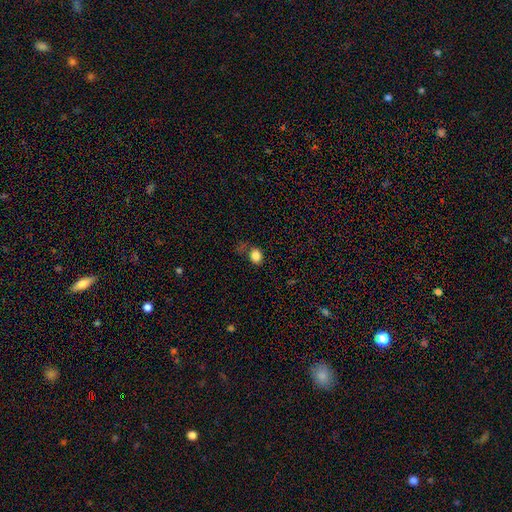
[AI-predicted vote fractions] smooth_or_featured: smooth (p=0.83) [alt: star or artifact p=0.12]
how_rounded: in between (p=0.58) [alt: round p=0.41]
merging: none (p=0.61) [alt: minor disturbance p=0.21]